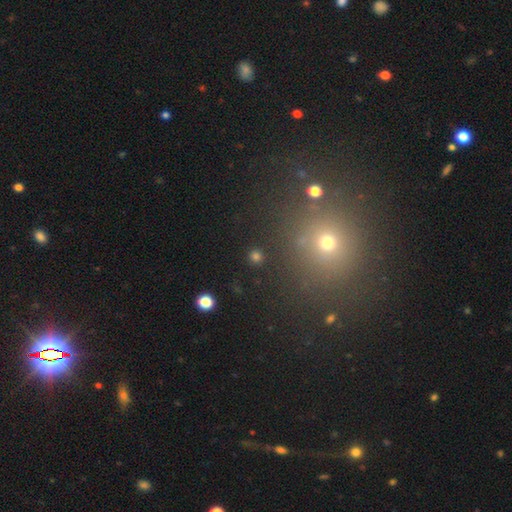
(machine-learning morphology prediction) smooth_or_featured: smooth (p=0.67) [alt: star or artifact p=0.26]
how_rounded: round (p=0.90) [alt: in between p=0.08]
merging: none (p=0.87) [alt: minor disturbance p=0.06]